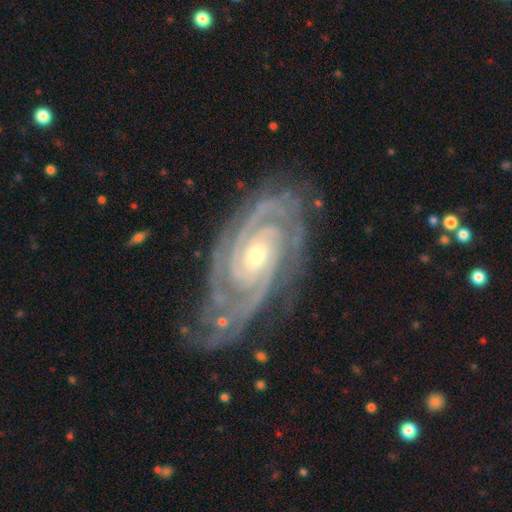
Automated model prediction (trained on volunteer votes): featured or disk 93%, star or artifact 5%, smooth 3%. Down the decision tree: edge-on disk — no (96%); bar — no (55%); spiral arms — yes (99%); spiral arm count — 2 (44%); spiral winding — tight (79%); bulge size — moderate (49%); merging — none (71%).